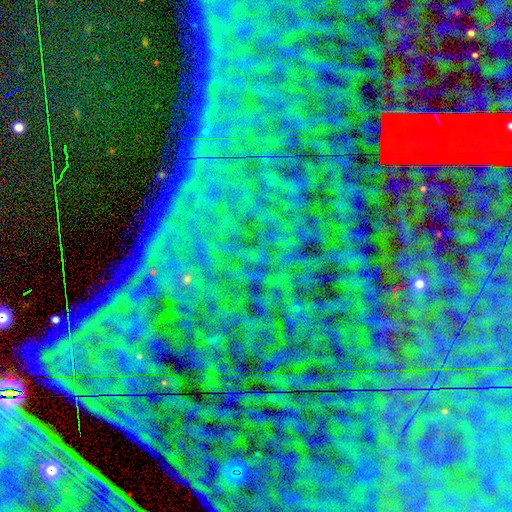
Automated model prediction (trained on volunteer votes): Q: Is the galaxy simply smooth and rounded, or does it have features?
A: star or artifact — 85%.